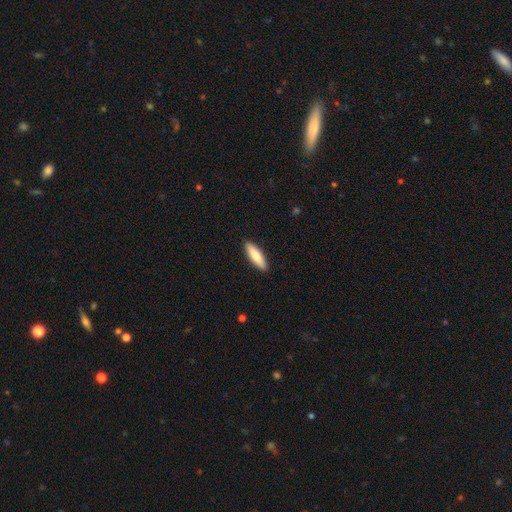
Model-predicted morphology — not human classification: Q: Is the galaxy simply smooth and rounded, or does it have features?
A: smooth — 82%.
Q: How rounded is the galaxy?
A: cigar-shaped — 57%.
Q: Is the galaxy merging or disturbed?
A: none — 91%.